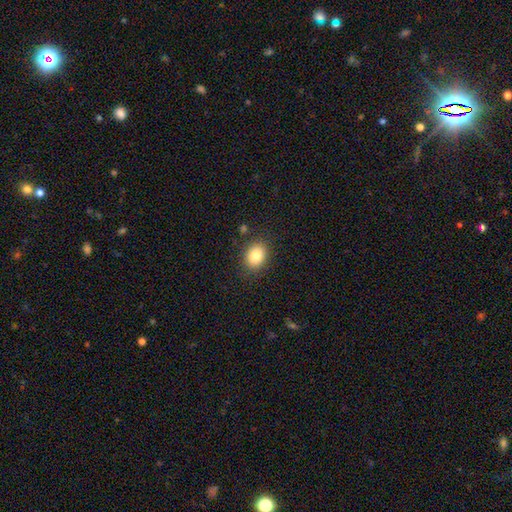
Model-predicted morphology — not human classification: A smooth galaxy with no disk features (84%) that is in between round and cigar-shaped (53%). Merging: none (86%).